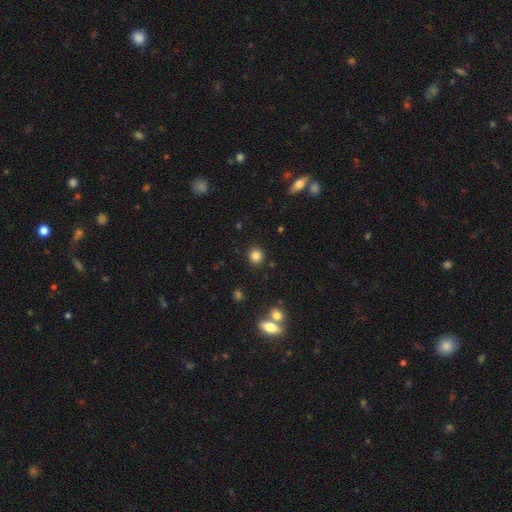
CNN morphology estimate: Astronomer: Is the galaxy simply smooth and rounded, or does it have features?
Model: smooth — 83%.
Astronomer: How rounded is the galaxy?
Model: round — 87%.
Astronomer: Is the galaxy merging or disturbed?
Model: none — 90%.